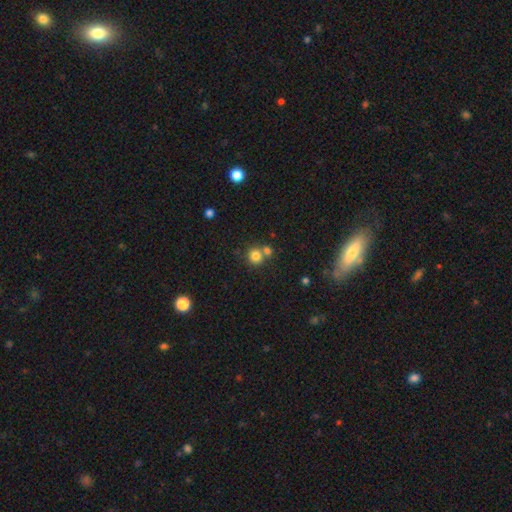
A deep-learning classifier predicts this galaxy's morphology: Overall: smooth (80%). How rounded: round (89%). Merging: none (57%; merger 32%).